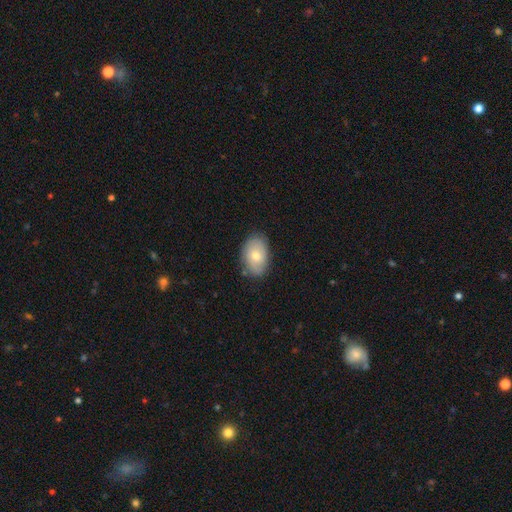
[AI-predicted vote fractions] A smooth galaxy with no disk features (70%) that is in between round and cigar-shaped (89%). Merging: none (80%).